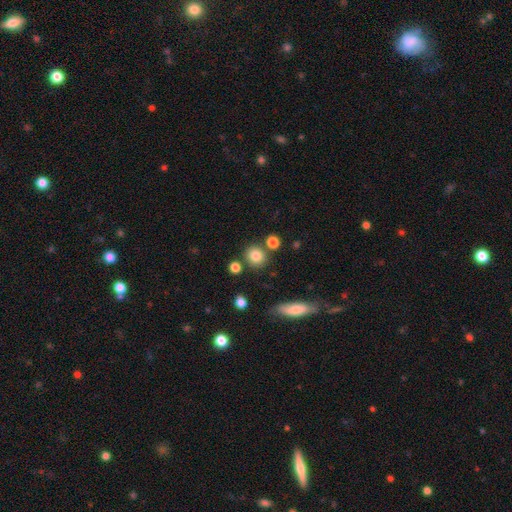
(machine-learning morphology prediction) smooth-or-featured: smooth: 82% | star or artifact: 11% | featured or disk: 8%
  how-rounded: round: 83% | in between: 16% | cigar-shaped: 1%
  merging: none: 78% | minor disturbance: 10% | merger: 10% | major disturbance: 3%